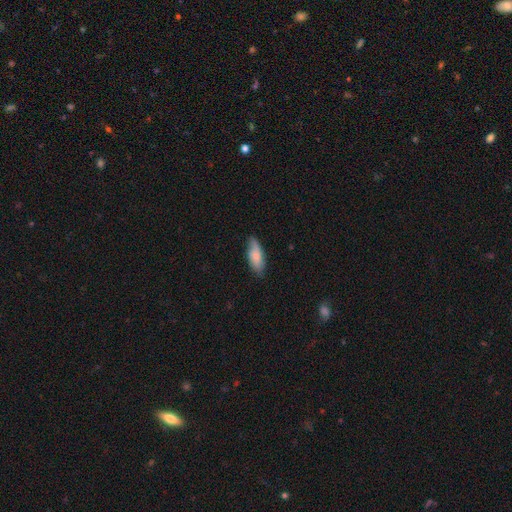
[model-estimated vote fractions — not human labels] smooth 74%, featured or disk 20%, star or artifact 6%. Down the decision tree: how rounded — in between (75%); merging — none (73%).